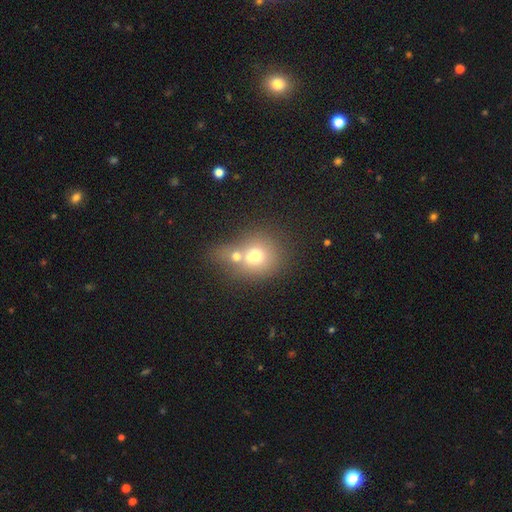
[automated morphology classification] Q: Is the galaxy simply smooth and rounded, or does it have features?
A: smooth — 64%.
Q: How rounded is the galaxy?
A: round — 77%.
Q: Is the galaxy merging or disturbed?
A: merger — 60%.